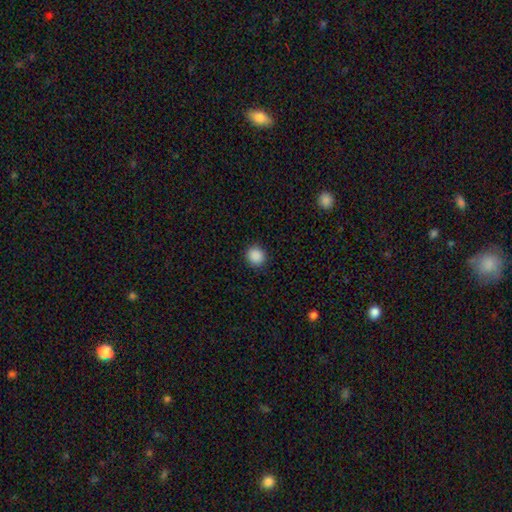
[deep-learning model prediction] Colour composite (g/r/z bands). It shows a smooth galaxy with no disk features (88%) that is round (86%). Merging: none (91%).